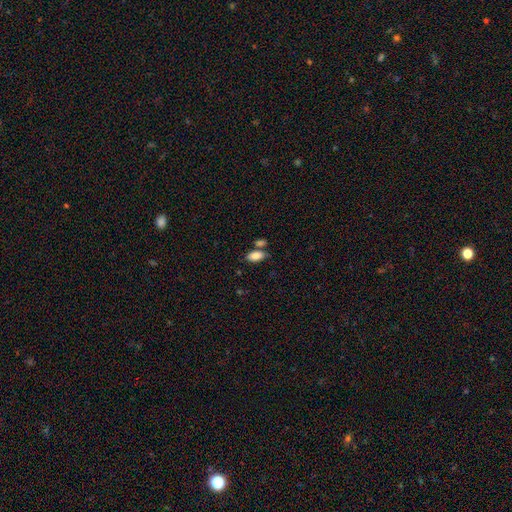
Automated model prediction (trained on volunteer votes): This is clearly a smooth galaxy (85%). How rounded: clearly in between (91%). Merging: likely none (63%).